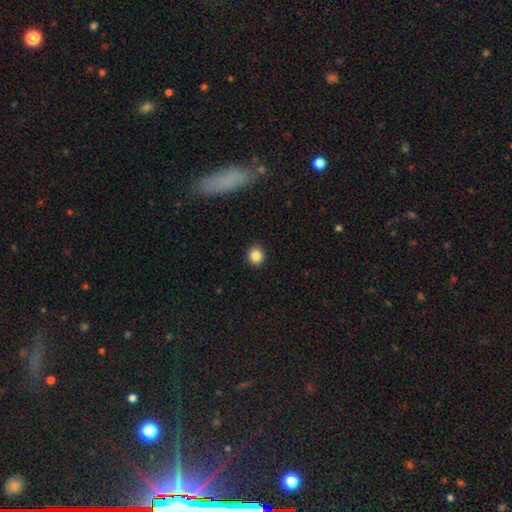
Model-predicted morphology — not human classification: A smooth galaxy with no disk features (85%) that is round (88%).

Vote fractions:
- Smooth or featured? smooth: 85% / star or artifact: 10% / featured or disk: 5%
- How rounded? round: 88% / in between: 11% / cigar-shaped: 1%
- Merging? none: 91% / minor disturbance: 6% / major disturbance: 2% / merger: 1%